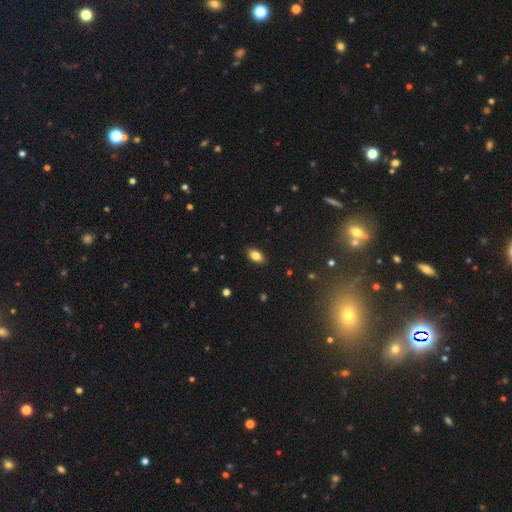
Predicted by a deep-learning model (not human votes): Smooth or featured? smooth (83%)
How rounded? in between (89%)
Merging? none (88%)